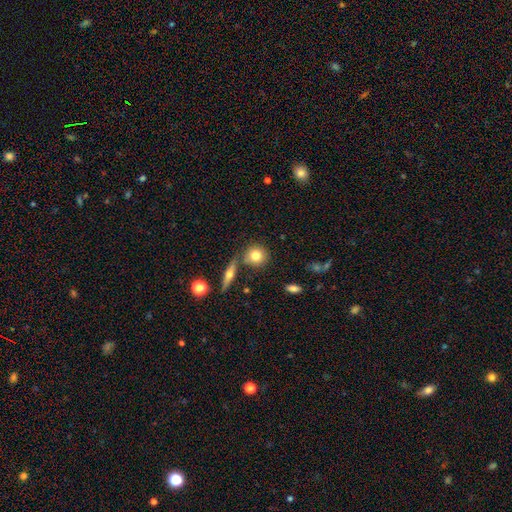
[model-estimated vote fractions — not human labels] Q: Smooth or featured?
A: smooth (77%); runner-up: featured or disk (15%)
Q: How rounded?
A: round (85%); runner-up: in between (13%)
Q: Merging?
A: none (73%); runner-up: merger (14%)